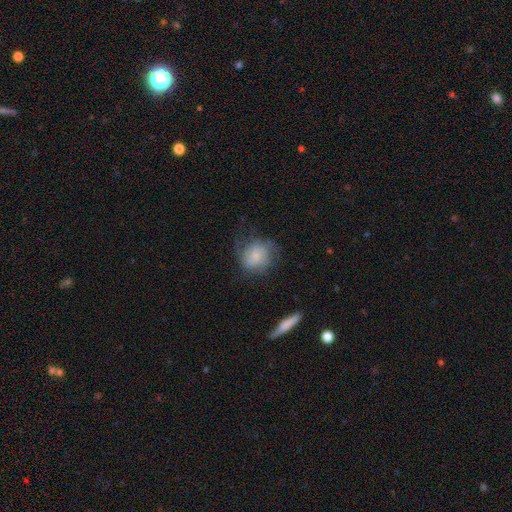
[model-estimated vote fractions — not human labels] Overall: smooth (63%; featured or disk 29%). How rounded: round (80%). Merging: none (55%; minor disturbance 26%).